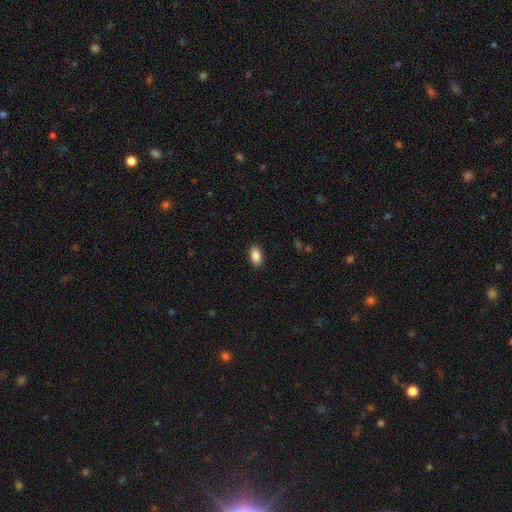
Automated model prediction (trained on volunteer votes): Smooth or featured?
  - smooth: 89% *
  - star or artifact: 7%
  - featured or disk: 4%
How rounded?
  - in between: 93% *
  - round: 4%
  - cigar-shaped: 2%
Merging?
  - none: 89% *
  - minor disturbance: 8%
  - major disturbance: 2%
  - merger: 1%